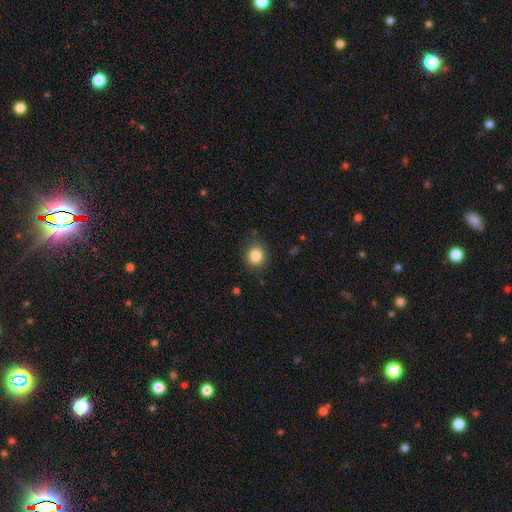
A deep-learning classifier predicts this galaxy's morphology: Smooth or featured?
  - smooth: 85% *
  - star or artifact: 10%
  - featured or disk: 5%
How rounded?
  - round: 76% *
  - in between: 23%
  - cigar-shaped: 1%
Merging?
  - none: 82% *
  - minor disturbance: 13%
  - major disturbance: 4%
  - merger: 1%